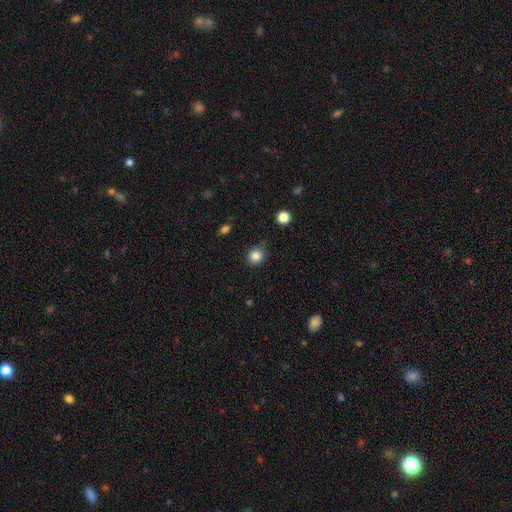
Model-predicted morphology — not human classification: This appears to be a smooth galaxy with no disk features (83%) that is round (84%). Merging: none (77%).